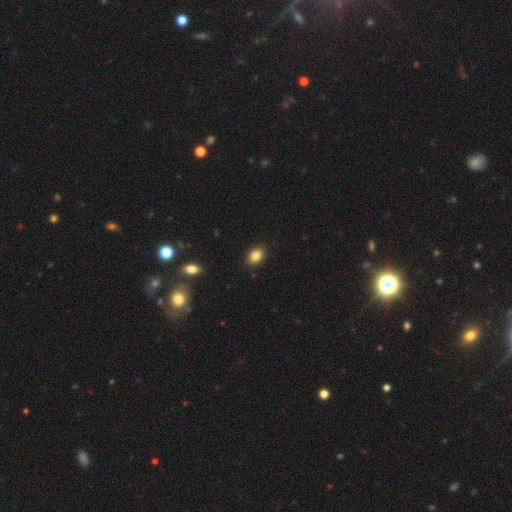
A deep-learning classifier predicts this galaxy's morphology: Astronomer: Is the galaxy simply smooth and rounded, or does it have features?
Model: smooth — 86%.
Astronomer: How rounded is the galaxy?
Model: in between — 77%.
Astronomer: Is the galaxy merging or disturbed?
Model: none — 89%.